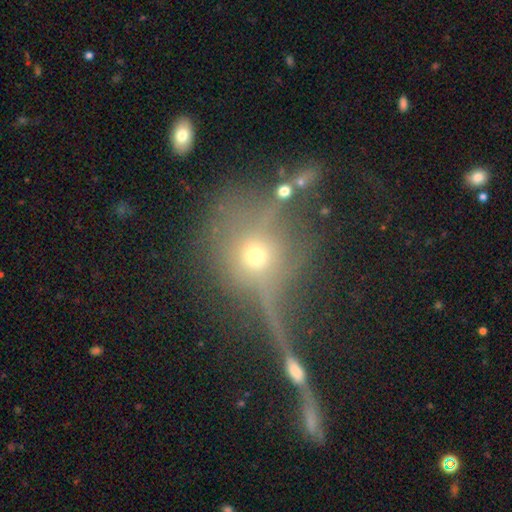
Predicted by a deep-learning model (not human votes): A smooth galaxy with no disk features (46%).

Vote fractions:
- Smooth or featured? smooth: 46% / featured or disk: 28% / star or artifact: 26%
- Merging? none: 47% / merger: 22% / major disturbance: 17% / minor disturbance: 14%